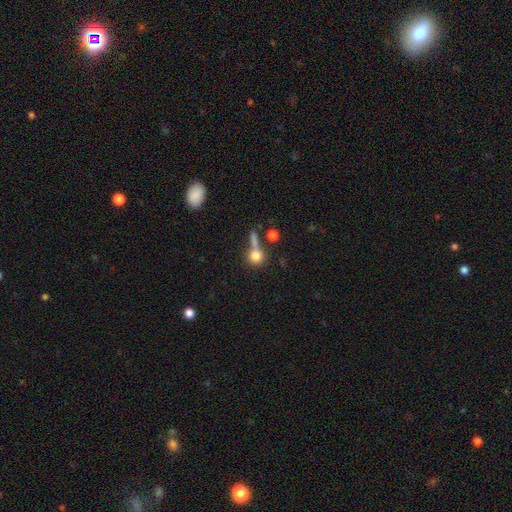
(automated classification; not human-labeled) This is likely a smooth galaxy (78%). How rounded: clearly round (84%). Merging: possibly none (52%).